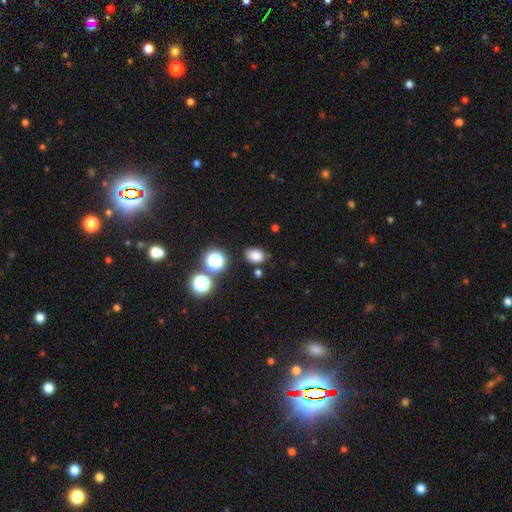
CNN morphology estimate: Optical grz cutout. It shows a smooth galaxy with no disk features (80%) that is in between round and cigar-shaped (72%). Merging: none (79%).